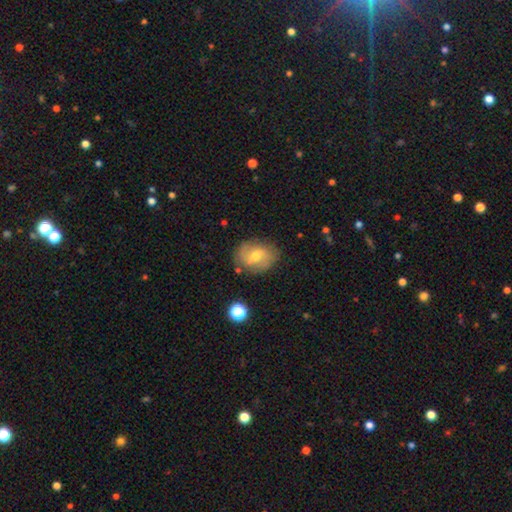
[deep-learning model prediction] smooth 46%, featured or disk 45%, star or artifact 9%. Down the decision tree: merging — none (78%).